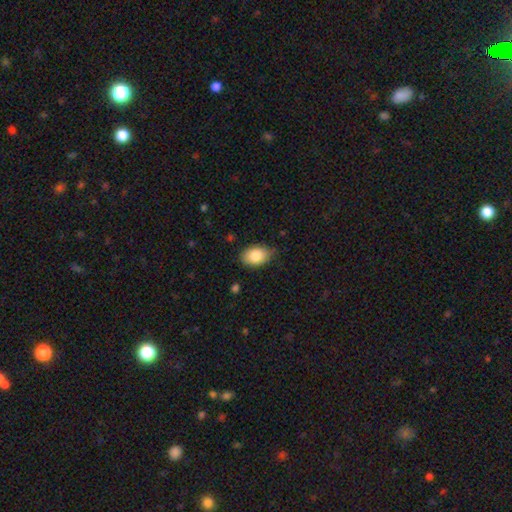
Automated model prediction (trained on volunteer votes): Smooth or featured: smooth — 84% (featured or disk — 8%)
How rounded: in between — 85% (round — 14%)
Merging: none — 78% (minor disturbance — 18%)